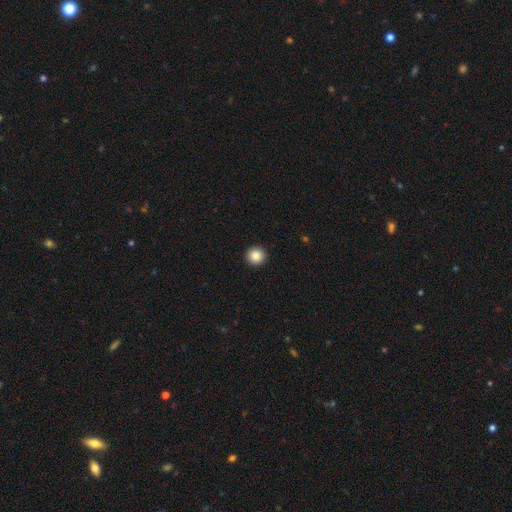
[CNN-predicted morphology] smooth-or-featured: smooth: 86% | star or artifact: 9% | featured or disk: 5%
  how-rounded: round: 95% | in between: 4% | cigar-shaped: 1%
  merging: none: 94% | minor disturbance: 4% | major disturbance: 1% | merger: 1%